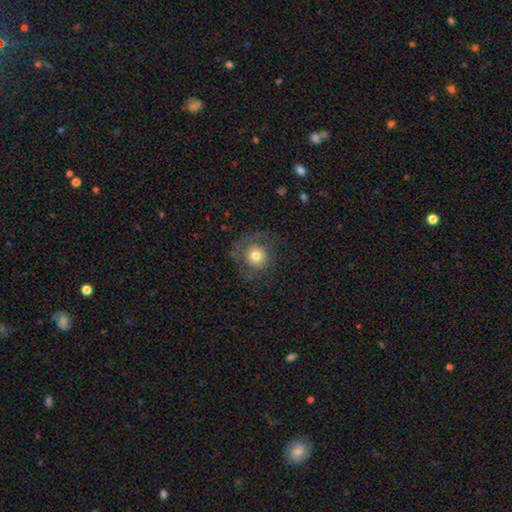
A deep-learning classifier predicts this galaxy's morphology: type=smooth (63%); roundness=round (91%); merging=none (71%).